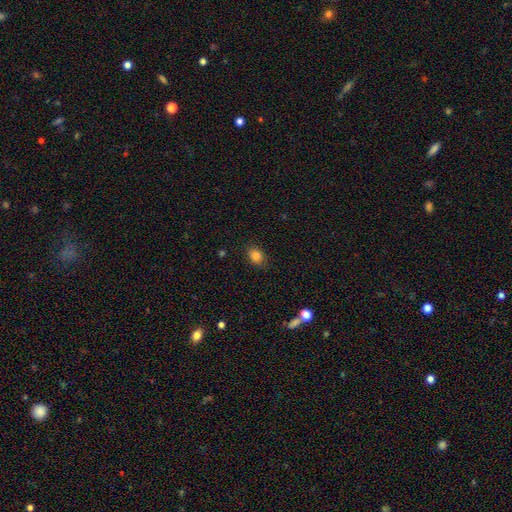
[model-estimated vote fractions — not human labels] smooth_or_featured: smooth (p=0.85) [alt: star or artifact p=0.11]
how_rounded: in between (p=0.61) [alt: round p=0.38]
merging: none (p=0.84) [alt: minor disturbance p=0.11]